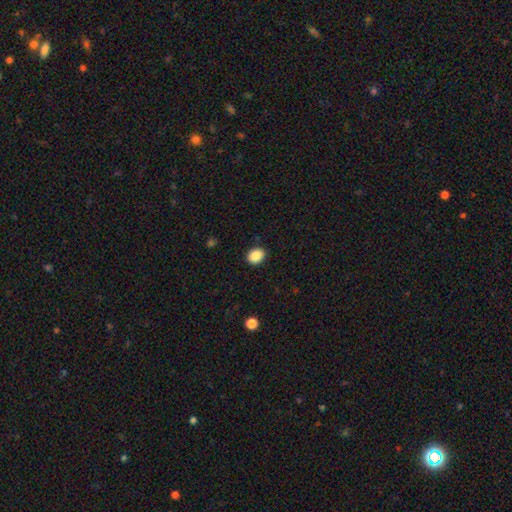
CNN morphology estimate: Smooth or featured?
  - smooth: 88% *
  - star or artifact: 9%
  - featured or disk: 3%
How rounded?
  - round: 53% *
  - in between: 46%
  - cigar-shaped: 1%
Merging?
  - none: 90% *
  - minor disturbance: 7%
  - major disturbance: 2%
  - merger: 1%